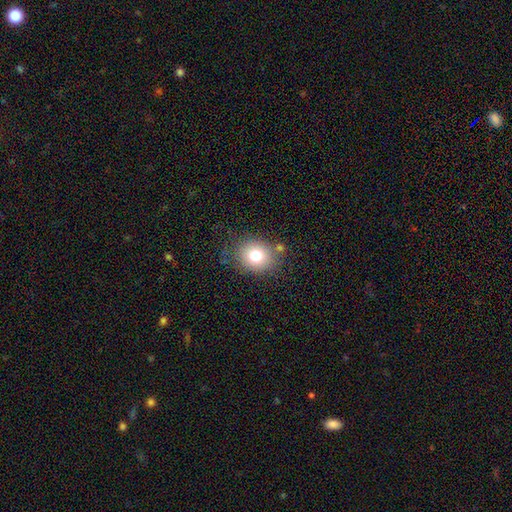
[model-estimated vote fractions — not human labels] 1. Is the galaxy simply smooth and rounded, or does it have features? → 77% smooth, 12% featured or disk, 11% star or artifact.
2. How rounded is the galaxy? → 67% round, 32% in between, 1% cigar-shaped.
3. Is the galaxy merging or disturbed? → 73% none, 15% minor disturbance, 6% merger, 5% major disturbance.